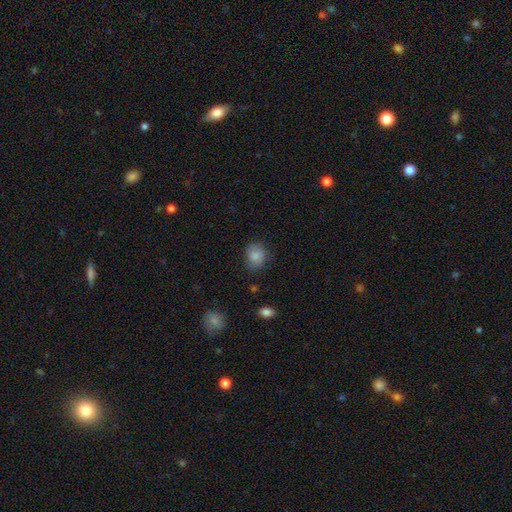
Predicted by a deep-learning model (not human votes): Smooth or featured? smooth (81%)
How rounded? round (61%)
Merging? none (72%)